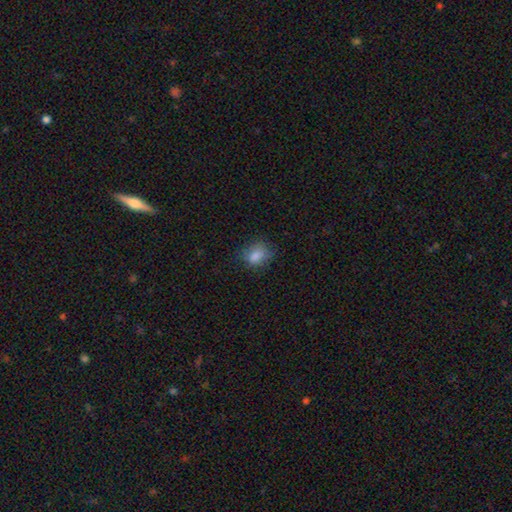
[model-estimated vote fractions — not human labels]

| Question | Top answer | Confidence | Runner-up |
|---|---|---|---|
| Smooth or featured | smooth | 81% | star or artifact (11%) |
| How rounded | in between | 61% | round (38%) |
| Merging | none | 68% | minor disturbance (23%) |